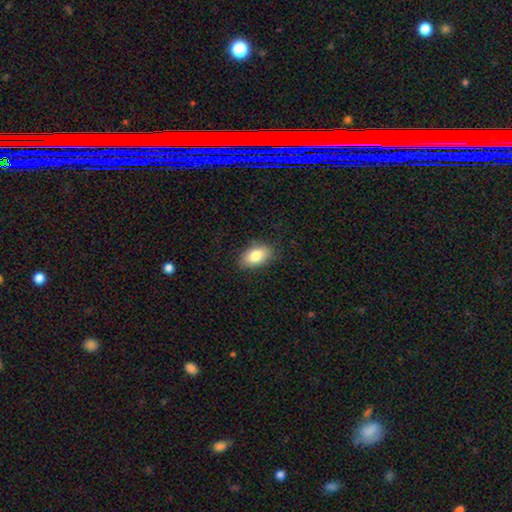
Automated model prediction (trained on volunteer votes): Smooth or featured?
  - smooth: 83% *
  - featured or disk: 10%
  - star or artifact: 7%
How rounded?
  - in between: 90% *
  - round: 8%
  - cigar-shaped: 2%
Merging?
  - none: 84% *
  - minor disturbance: 12%
  - major disturbance: 3%
  - merger: 1%